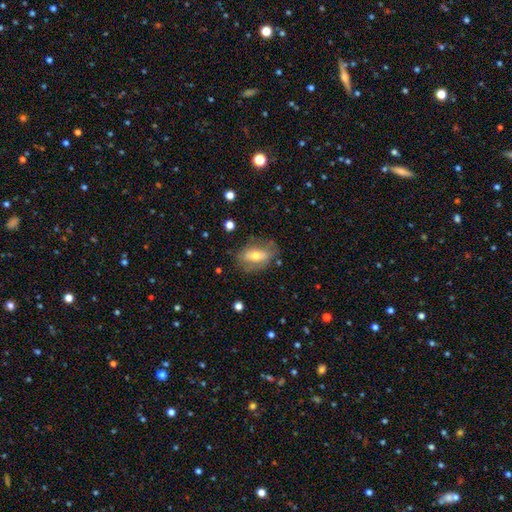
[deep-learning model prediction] The model was most divided on "smooth or featured": smooth: 51%, featured or disk: 41%, star or artifact: 8%. More confident: how rounded — in between (81%); merging — none (70%).